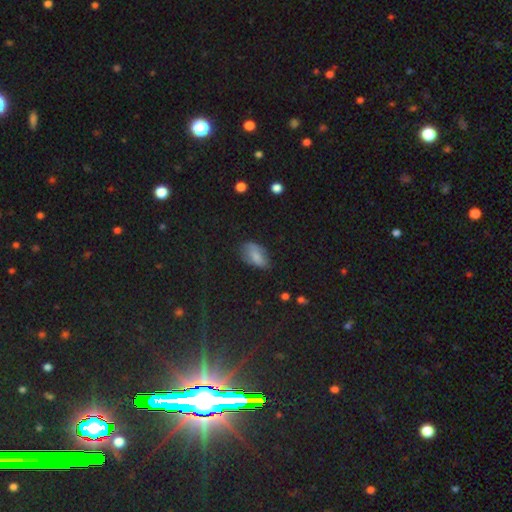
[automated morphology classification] The model was most divided on "merging": none: 63%, minor disturbance: 27%, major disturbance: 8%, merger: 2%. More confident: how rounded — in between (92%); smooth or featured — smooth (74%).